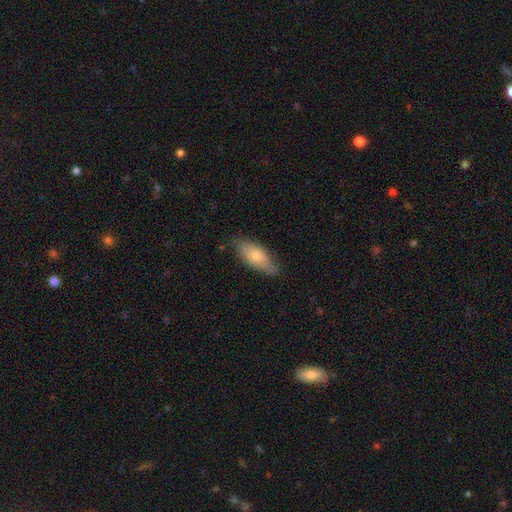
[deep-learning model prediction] Smooth or featured? Predicted: smooth (p=0.67). How rounded? Predicted: in between (p=0.73). Merging? Predicted: none (p=0.77).